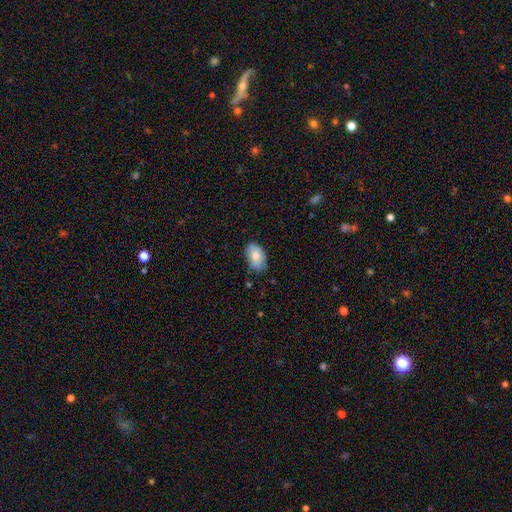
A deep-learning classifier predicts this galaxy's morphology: Smooth or featured? Predicted: smooth (p=0.79). How rounded? Predicted: in between (p=0.90). Merging? Predicted: none (p=0.71).